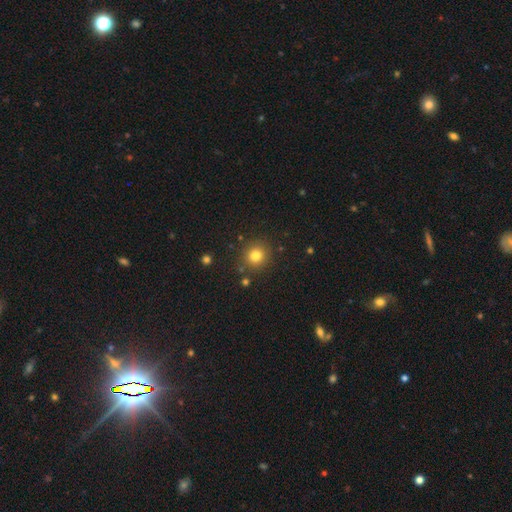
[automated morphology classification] The model was most divided on "smooth or featured": smooth: 80%, star or artifact: 13%, featured or disk: 7%. More confident: how rounded — round (91%); merging — none (87%).